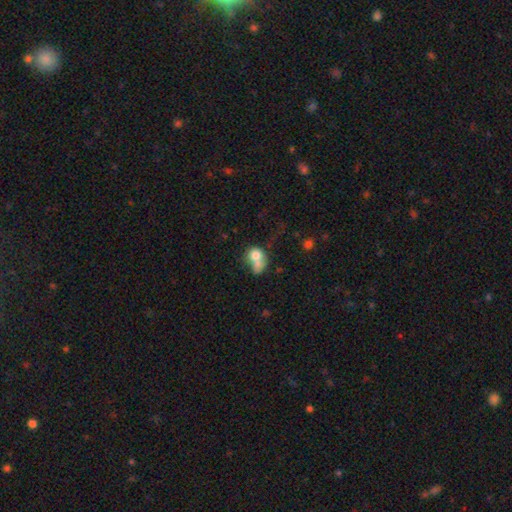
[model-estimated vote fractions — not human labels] Smooth or featured? Predicted: smooth (p=0.71). How rounded? Predicted: round (p=0.58). Merging? Predicted: merger (p=0.61).